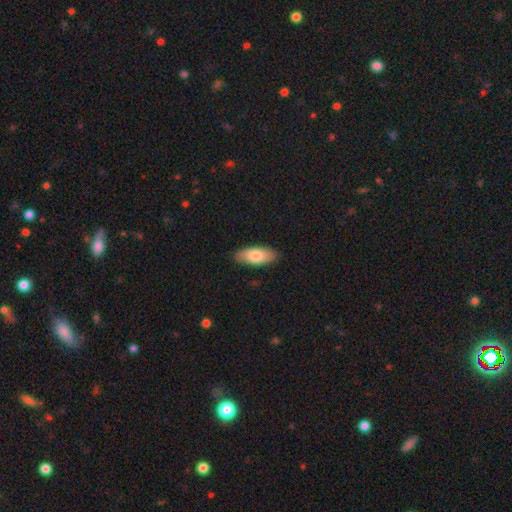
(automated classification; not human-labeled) smooth-or-featured: smooth: 80% | featured or disk: 14% | star or artifact: 5%
  how-rounded: in between: 84% | cigar-shaped: 14% | round: 2%
  merging: none: 87% | minor disturbance: 10% | major disturbance: 2% | merger: 1%